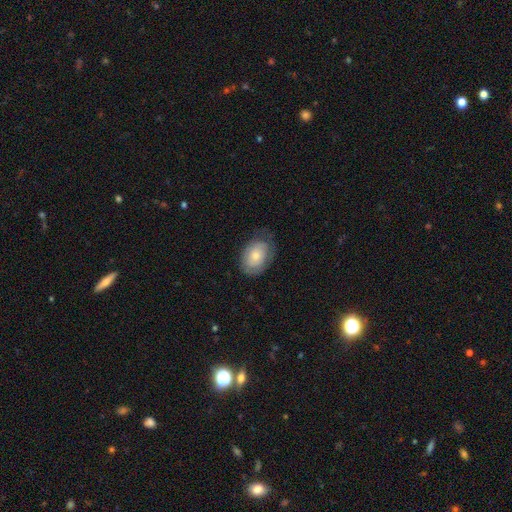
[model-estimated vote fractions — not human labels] A smooth galaxy with no disk features (65%) that is in between round and cigar-shaped (81%).

Vote fractions:
- Smooth or featured? smooth: 65% / featured or disk: 28% / star or artifact: 7%
- How rounded? in between: 81% / round: 18% / cigar-shaped: 1%
- Merging? none: 62% / minor disturbance: 26% / major disturbance: 11% / merger: 1%